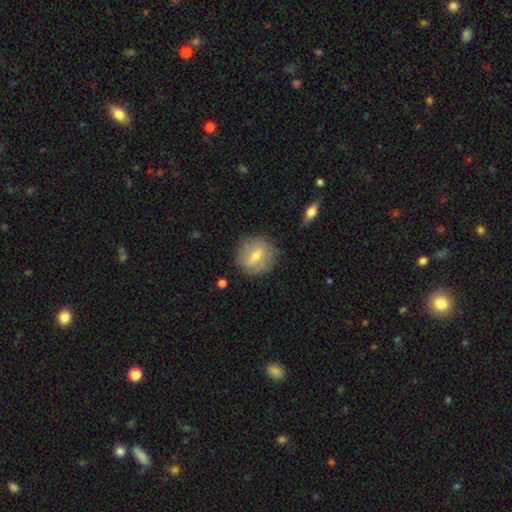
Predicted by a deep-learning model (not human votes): This appears to be a smooth galaxy with no disk features (53%) that is round (81%). Merging: none (83%).